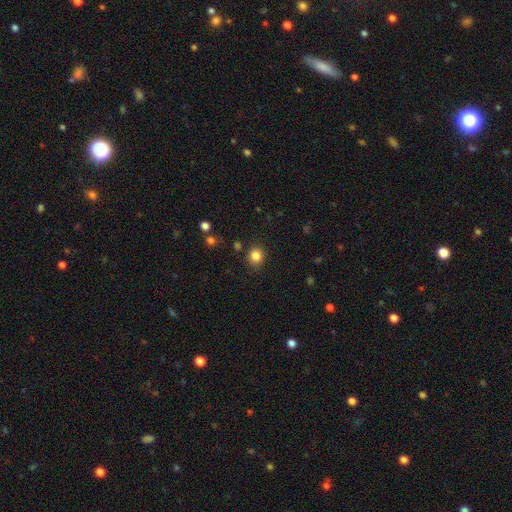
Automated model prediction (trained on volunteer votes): A smooth galaxy with no disk features (83%) that is round (81%).

Vote fractions:
- Smooth or featured? smooth: 83% / star or artifact: 12% / featured or disk: 5%
- How rounded? round: 81% / in between: 18% / cigar-shaped: 1%
- Merging? none: 87% / minor disturbance: 8% / major disturbance: 3% / merger: 2%